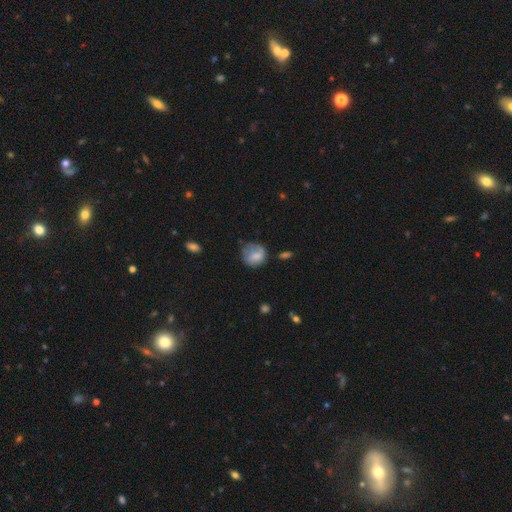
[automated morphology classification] smooth_or_featured: smooth (p=0.71) [alt: featured or disk p=0.21]
how_rounded: round (p=0.76) [alt: in between p=0.23]
merging: none (p=0.48) [alt: minor disturbance p=0.33]